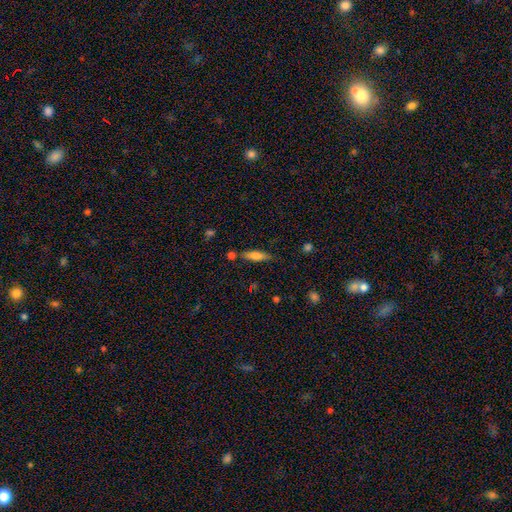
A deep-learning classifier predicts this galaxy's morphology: Smooth or featured? Predicted: smooth (p=0.68). How rounded? Predicted: cigar-shaped (p=0.61). Merging? Predicted: none (p=0.77).